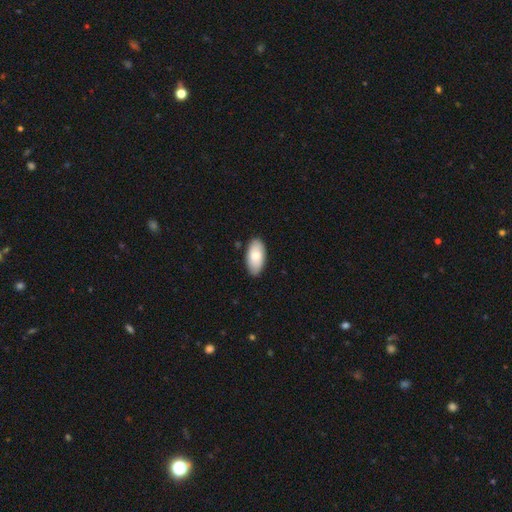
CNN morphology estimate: The model was most divided on "smooth or featured": smooth: 78%, featured or disk: 16%, star or artifact: 6%. More confident: how rounded — in between (95%); merging — none (87%).